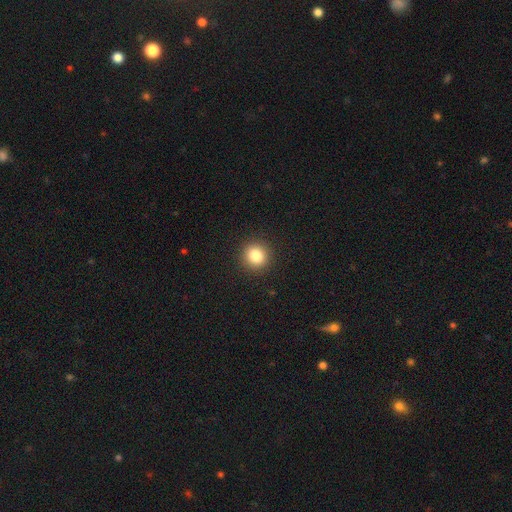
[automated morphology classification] Smooth or featured?
  - smooth: 83% *
  - star or artifact: 11%
  - featured or disk: 6%
How rounded?
  - round: 90% *
  - in between: 9%
  - cigar-shaped: 1%
Merging?
  - none: 92% *
  - minor disturbance: 5%
  - major disturbance: 2%
  - merger: 1%